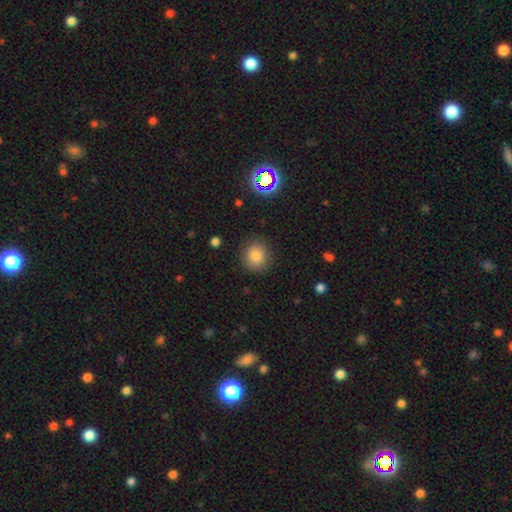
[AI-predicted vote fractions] This is clearly a smooth galaxy (83%). How rounded: clearly round (84%). Merging: clearly none (86%).